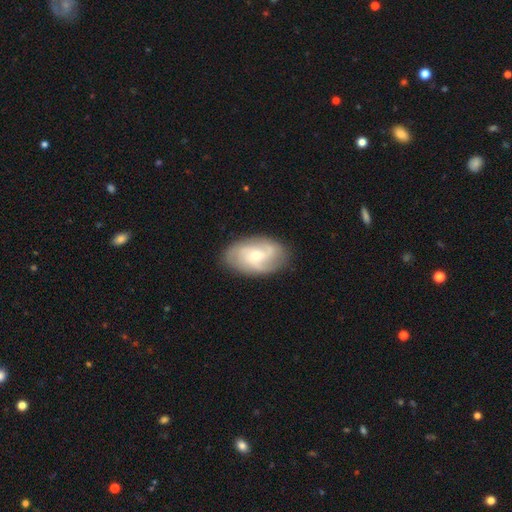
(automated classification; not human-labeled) The model was most divided on "spiral winding": medium: 45%, tight: 35%, loose: 20%. Remaining: edge-on disk — no (97%); spiral arms — yes (94%); merging — none (79%); smooth or featured — featured or disk (76%); bar — no (64%); bulge size — small (63%); spiral arm count — 3 (39%).